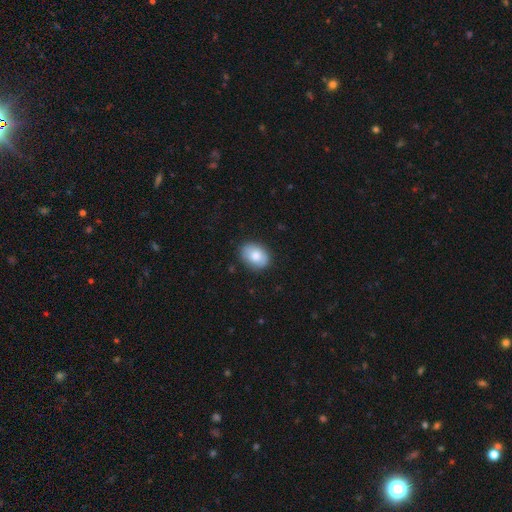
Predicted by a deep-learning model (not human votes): The model was most divided on "how rounded": in between: 69%, round: 30%, cigar-shaped: 1%. More confident: merging — none (84%); smooth or featured — smooth (78%).